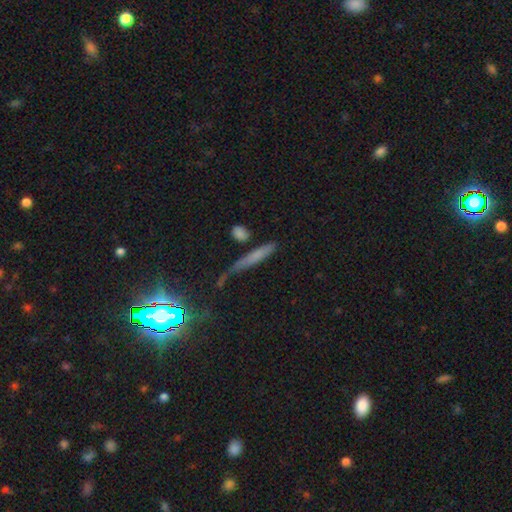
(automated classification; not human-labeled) smooth_or_featured: smooth (p=0.57) [alt: featured or disk p=0.24]
how_rounded: cigar-shaped (p=0.87) [alt: in between p=0.09]
merging: none (p=0.60) [alt: minor disturbance p=0.21]